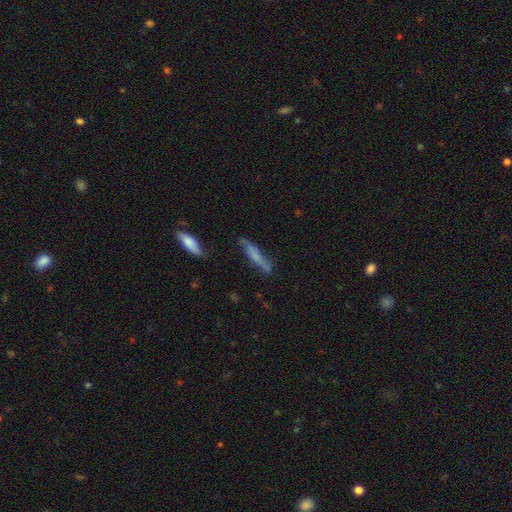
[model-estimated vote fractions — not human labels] smooth-or-featured: smooth: 53% | featured or disk: 38% | star or artifact: 9%
  how-rounded: cigar-shaped: 87% | in between: 11% | round: 2%
  merging: none: 64% | minor disturbance: 24% | major disturbance: 8% | merger: 5%